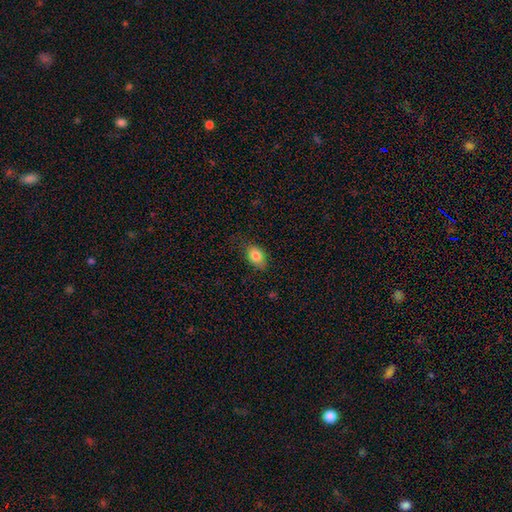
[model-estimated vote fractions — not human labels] smooth-or-featured: smooth: 83% | star or artifact: 9% | featured or disk: 8%
  how-rounded: in between: 82% | round: 16% | cigar-shaped: 2%
  merging: none: 76% | minor disturbance: 18% | major disturbance: 4% | merger: 1%